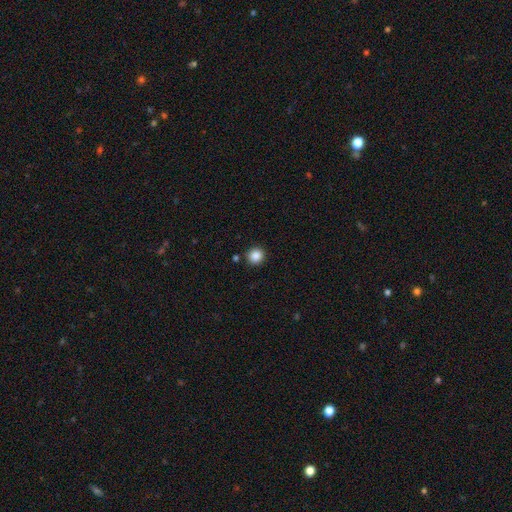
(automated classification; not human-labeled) Overall: smooth (86%). How rounded: round (93%). Merging: none (89%).